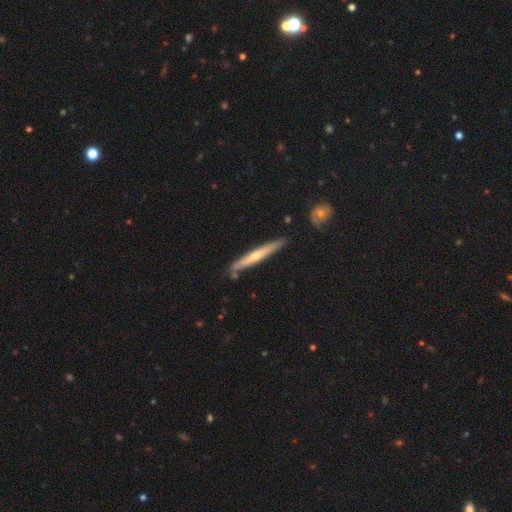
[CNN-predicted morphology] This appears to be a featured or disk galaxy (59%) viewed edge-on (95%) with a rounded central bulge (68%). Merging: none (85%).